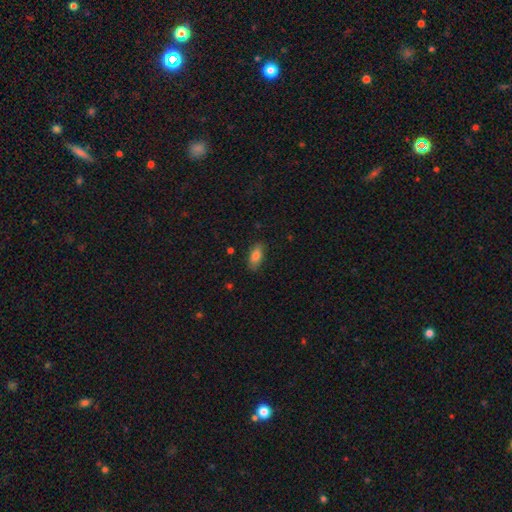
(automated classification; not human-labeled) Smooth or featured? smooth (83%)
How rounded? in between (85%)
Merging? none (81%)